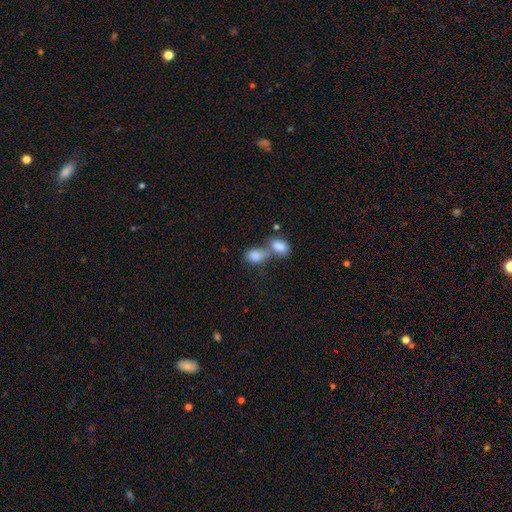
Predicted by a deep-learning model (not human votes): A smooth galaxy with no disk features (84%) that is in between round and cigar-shaped (82%). Merging: merger (70%).